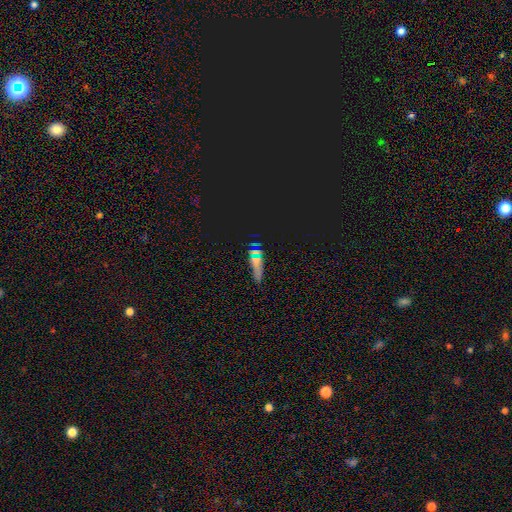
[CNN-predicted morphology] star or artifact 53%, smooth 36%, featured or disk 11%.